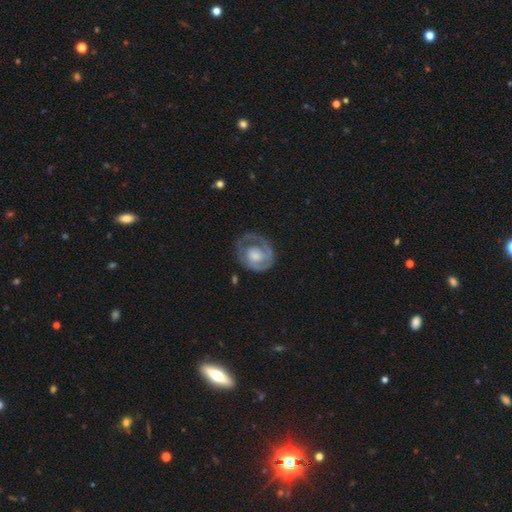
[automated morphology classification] smooth_or_featured: featured or disk (p=0.70) [alt: smooth p=0.24]
disk_edge_on: no (p=0.98) [alt: yes p=0.02]
bar: no (p=0.72) [alt: weak p=0.23]
has_spiral_arms: yes (p=0.79) [alt: no p=0.21]
spiral_winding: tight (p=0.58) [alt: medium p=0.29]
spiral_arm_count: 1 (p=0.46) [alt: 2 p=0.27]
bulge_size: moderate (p=0.39) [alt: large p=0.28]
merging: none (p=0.58) [alt: minor disturbance p=0.22]